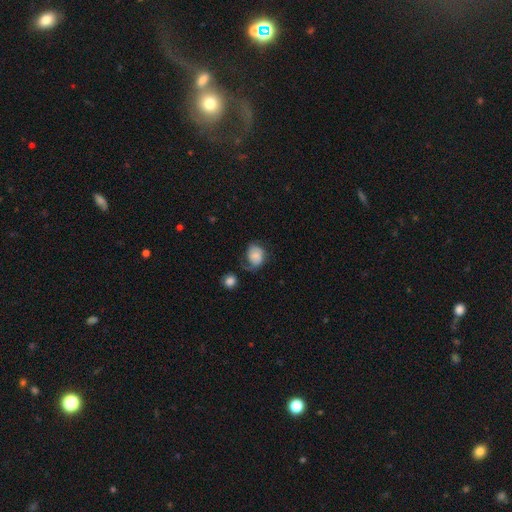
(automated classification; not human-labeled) This is likely a smooth galaxy (62%). How rounded: possibly in between (54%). Merging: marginally none (38%).